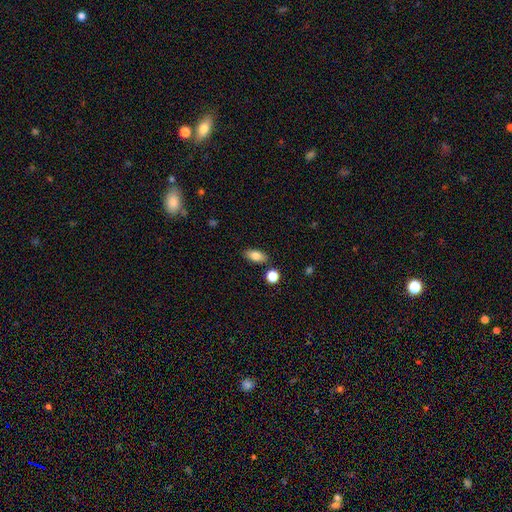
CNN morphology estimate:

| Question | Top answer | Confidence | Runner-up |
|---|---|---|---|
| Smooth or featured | smooth | 80% | featured or disk (12%) |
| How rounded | in between | 86% | cigar-shaped (8%) |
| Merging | none | 84% | minor disturbance (9%) |